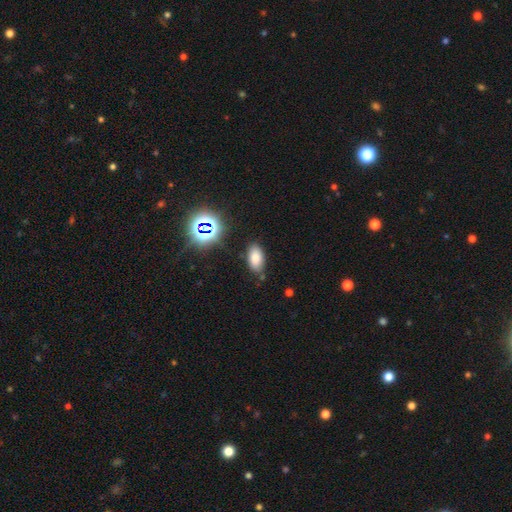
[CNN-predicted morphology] Smooth or featured?
  - smooth: 77% *
  - star or artifact: 16%
  - featured or disk: 8%
How rounded?
  - in between: 91% *
  - round: 5%
  - cigar-shaped: 4%
Merging?
  - none: 79% *
  - minor disturbance: 14%
  - major disturbance: 4%
  - merger: 3%